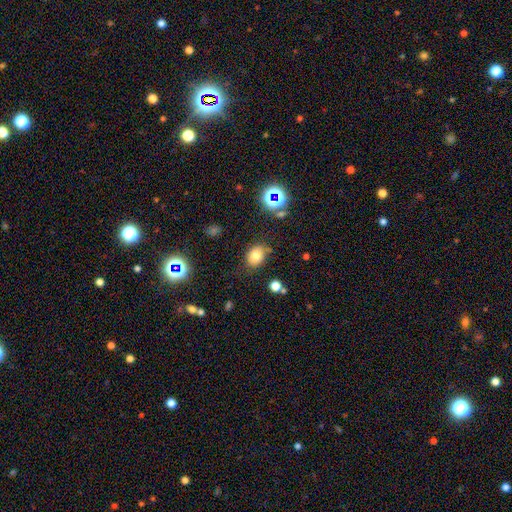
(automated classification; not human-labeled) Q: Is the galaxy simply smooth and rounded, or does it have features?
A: smooth — 74%.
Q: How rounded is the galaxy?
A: in between — 50%.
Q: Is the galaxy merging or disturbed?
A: none — 71%.